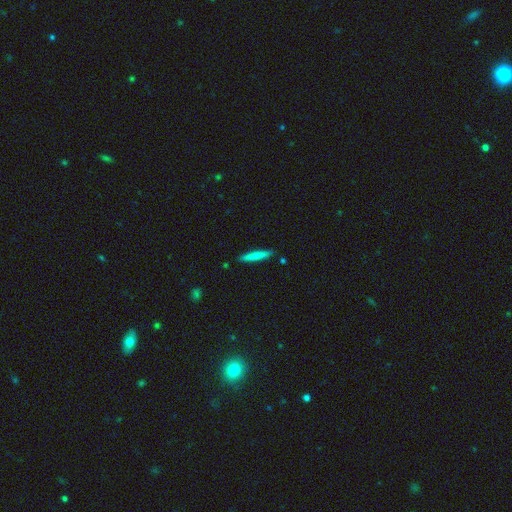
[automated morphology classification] Overall: smooth (76%). How rounded: cigar-shaped (95%). Merging: none (89%).